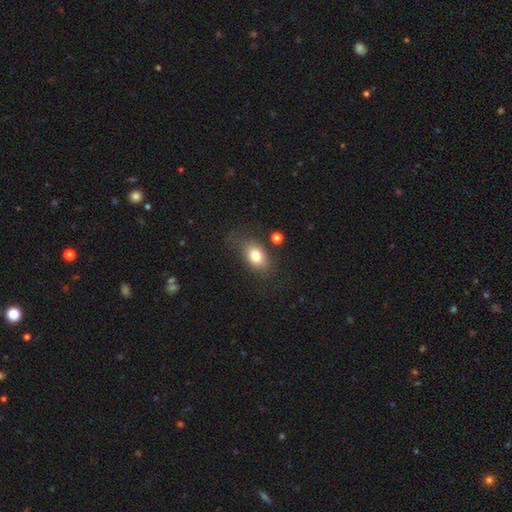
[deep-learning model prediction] Morphology: type=smooth (79%); roundness=in between (81%); merging=none (68%).